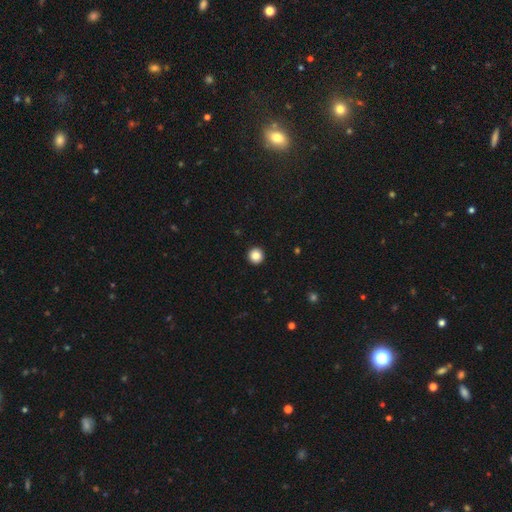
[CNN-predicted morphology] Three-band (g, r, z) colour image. It shows a smooth galaxy with no disk features (87%) that is round (96%). Merging: none (94%).